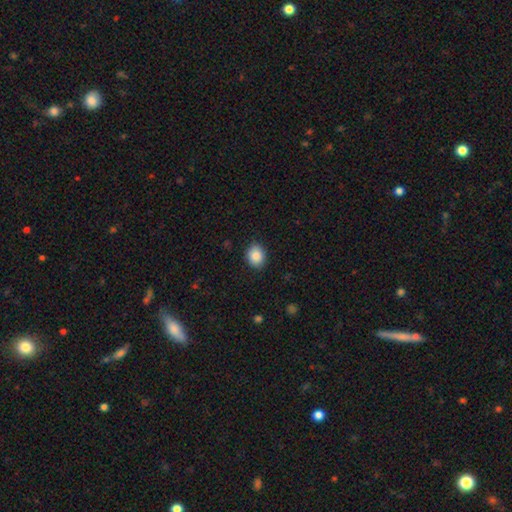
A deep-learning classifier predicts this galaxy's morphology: smooth 87%, star or artifact 8%, featured or disk 5%. Down the decision tree: how rounded — round (55%); merging — none (87%).